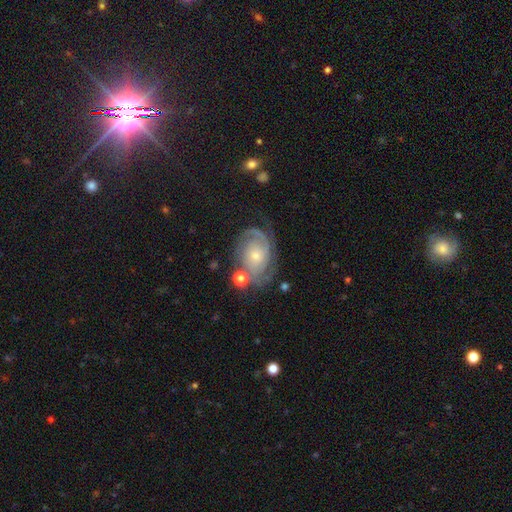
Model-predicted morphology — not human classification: A featured or disk galaxy (85%) with no bar (75%), 2 (53%) tight (64%) spiral arms (96%) and a small central bulge (63%). Merging: none (69%).